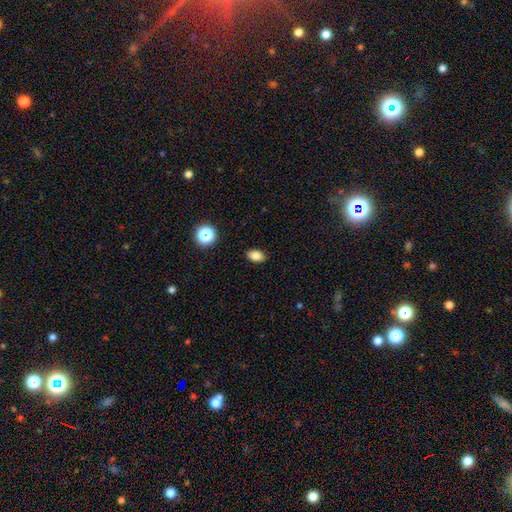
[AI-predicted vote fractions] Smooth or featured? smooth (82%)
How rounded? in between (85%)
Merging? none (89%)